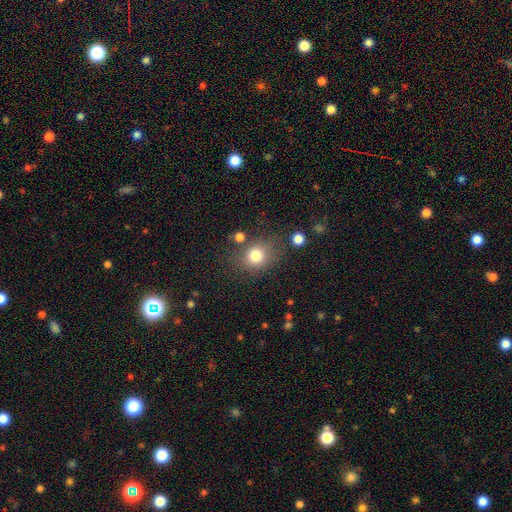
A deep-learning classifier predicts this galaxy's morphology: Smooth or featured? smooth (79%)
How rounded? round (68%)
Merging? none (71%)